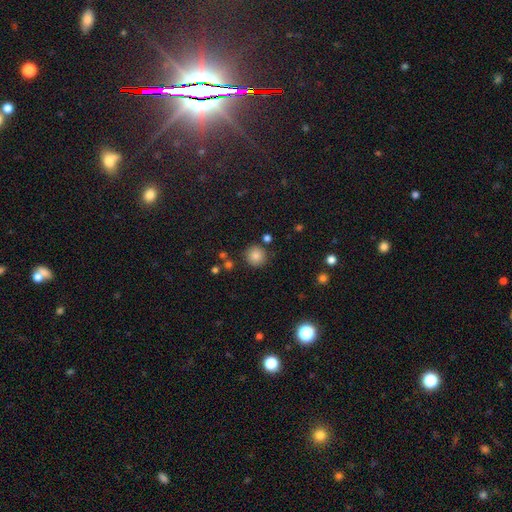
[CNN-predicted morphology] Overall: smooth (84%). How rounded: round (94%). Merging: none (85%).